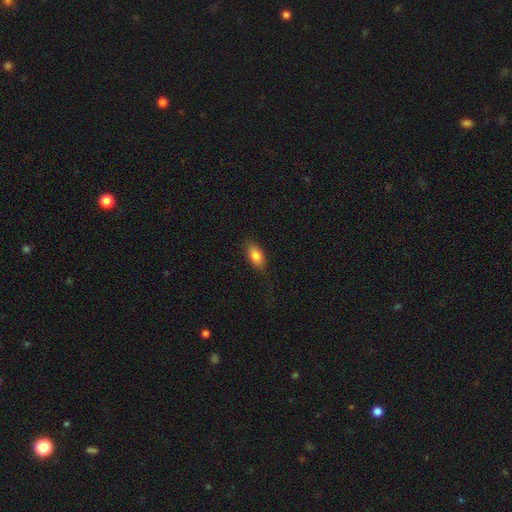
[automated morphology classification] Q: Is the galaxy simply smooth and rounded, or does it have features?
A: smooth — 83%.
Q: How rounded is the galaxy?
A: in between — 89%.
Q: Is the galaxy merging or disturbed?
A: none — 82%.